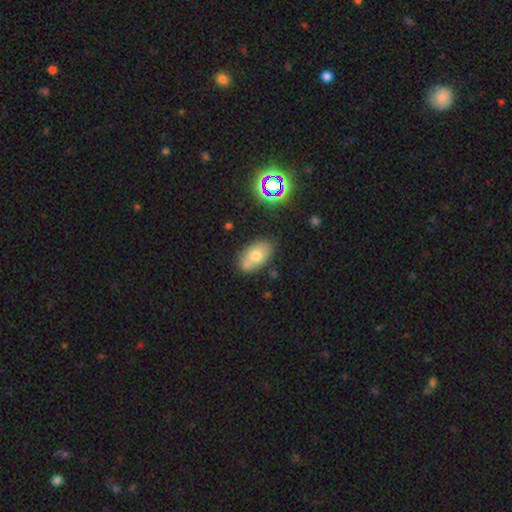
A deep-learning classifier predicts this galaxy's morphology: Smooth or featured: smooth — 68% (featured or disk — 21%)
How rounded: in between — 90% (round — 8%)
Merging: none — 73% (minor disturbance — 17%)